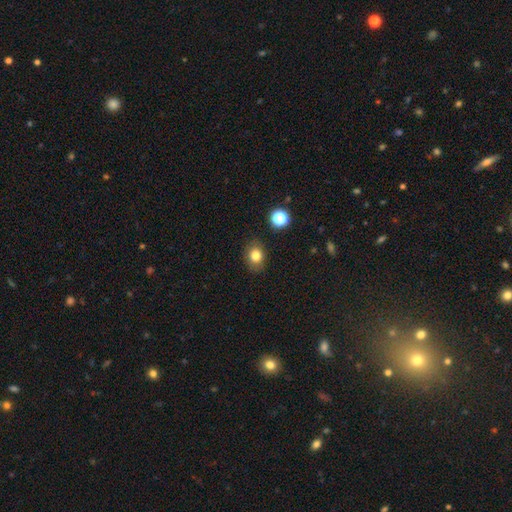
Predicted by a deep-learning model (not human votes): Q: Smooth or featured?
A: smooth (80%); runner-up: star or artifact (12%)
Q: How rounded?
A: in between (53%); runner-up: round (46%)
Q: Merging?
A: none (85%); runner-up: minor disturbance (11%)